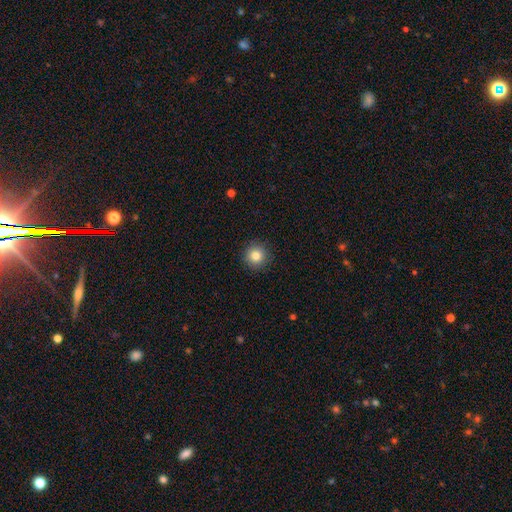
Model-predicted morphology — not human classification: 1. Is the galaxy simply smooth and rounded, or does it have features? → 83% smooth, 10% star or artifact, 7% featured or disk.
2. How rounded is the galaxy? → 95% round, 4% in between, 1% cigar-shaped.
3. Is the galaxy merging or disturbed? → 91% none, 6% minor disturbance, 2% major disturbance, 1% merger.